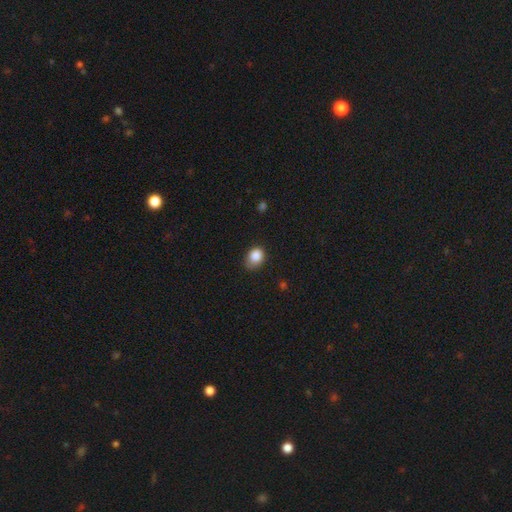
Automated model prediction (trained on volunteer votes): The model was most divided on "how rounded": in between: 53%, round: 46%, cigar-shaped: 1%. More confident: smooth or featured — smooth (86%); merging — none (58%).